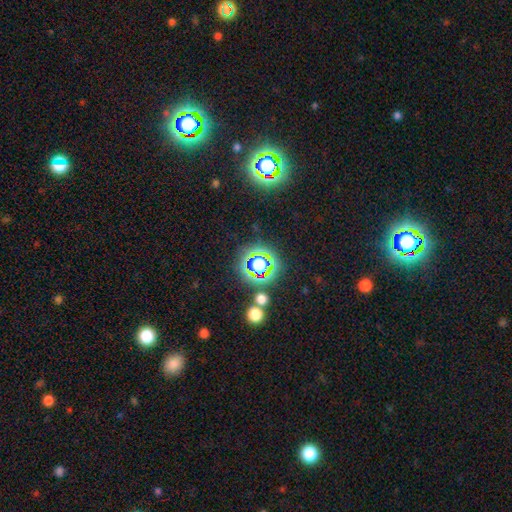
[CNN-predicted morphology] Smooth or featured? star or artifact (79%)